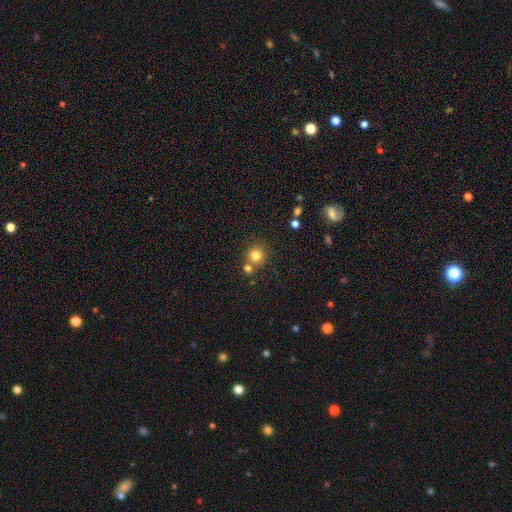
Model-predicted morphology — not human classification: smooth_or_featured: smooth (p=0.80) [alt: star or artifact p=0.12]
how_rounded: round (p=0.91) [alt: in between p=0.08]
merging: none (p=0.65) [alt: merger p=0.24]